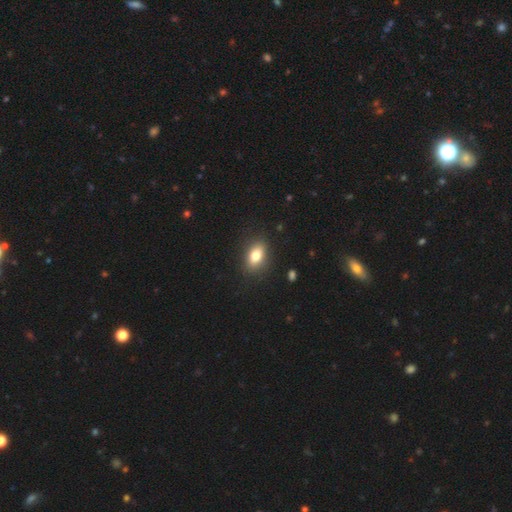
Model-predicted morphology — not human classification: Overall: smooth (79%). How rounded: in between (84%). Merging: none (86%).